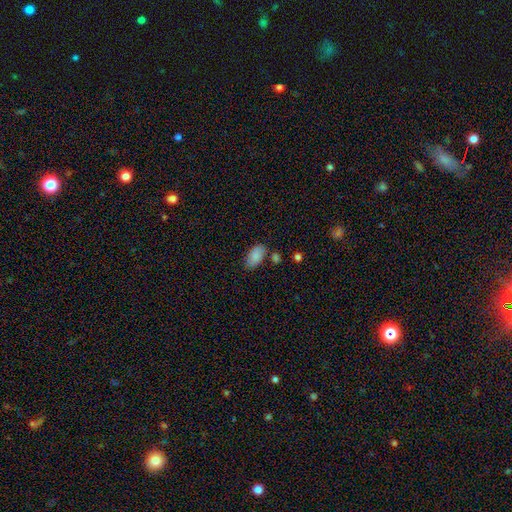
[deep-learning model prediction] A smooth galaxy with no disk features (86%) that is in between round and cigar-shaped (94%).

Vote fractions:
- Smooth or featured? smooth: 86% / star or artifact: 7% / featured or disk: 7%
- How rounded? in between: 94% / round: 3% / cigar-shaped: 2%
- Merging? none: 74% / minor disturbance: 16% / merger: 7% / major disturbance: 4%